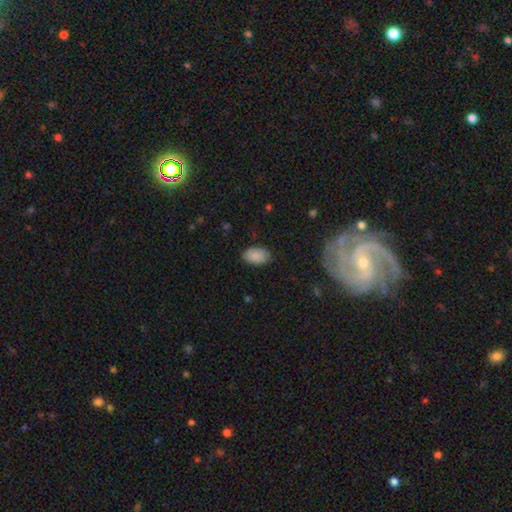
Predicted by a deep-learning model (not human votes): Q: Smooth or featured?
A: smooth (89%); runner-up: star or artifact (7%)
Q: How rounded?
A: in between (92%); runner-up: round (7%)
Q: Merging?
A: none (84%); runner-up: minor disturbance (12%)